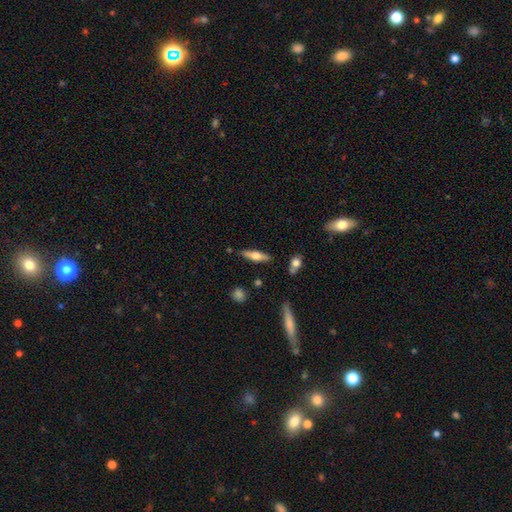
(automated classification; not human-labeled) This is possibly a featured or disk galaxy (50%). Merging: clearly none (84%).